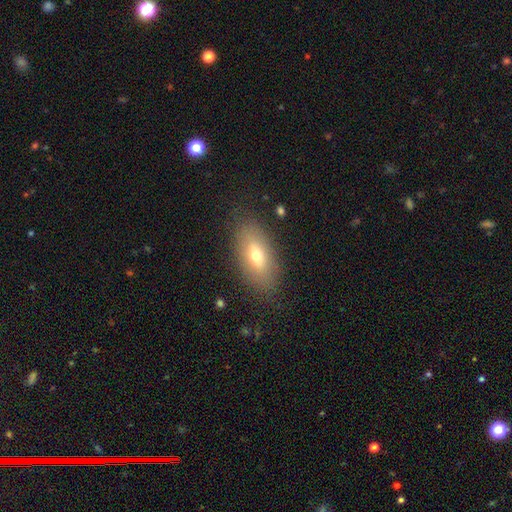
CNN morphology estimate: This appears to be a smooth galaxy with no disk features (63%) that is in between round and cigar-shaped (81%). Merging: none (84%).